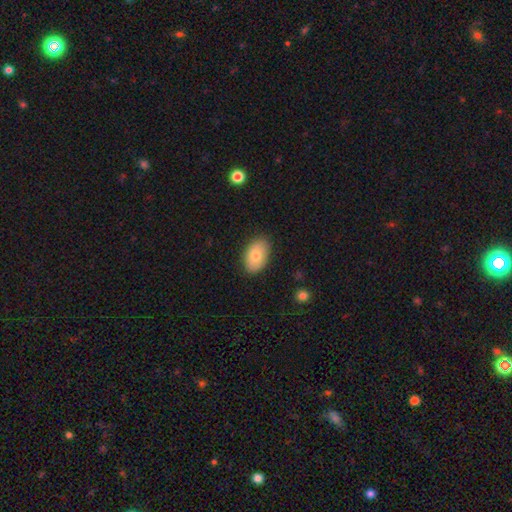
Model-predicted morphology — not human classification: Smooth or featured? Predicted: smooth (p=0.77). How rounded? Predicted: in between (p=0.91). Merging? Predicted: none (p=0.85).